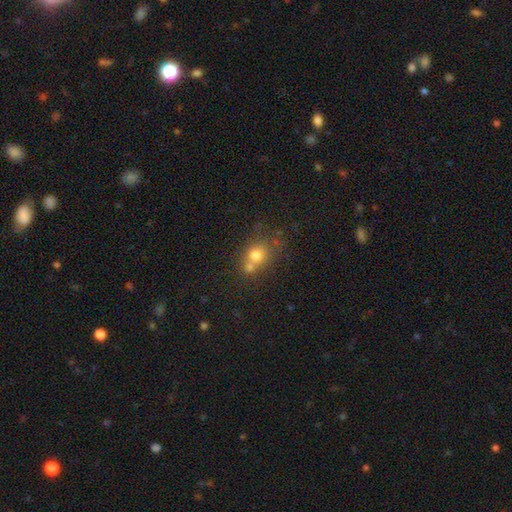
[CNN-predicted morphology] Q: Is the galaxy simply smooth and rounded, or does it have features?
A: smooth — 72%.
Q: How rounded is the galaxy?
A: round — 75%.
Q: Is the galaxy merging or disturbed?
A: merger — 44%.